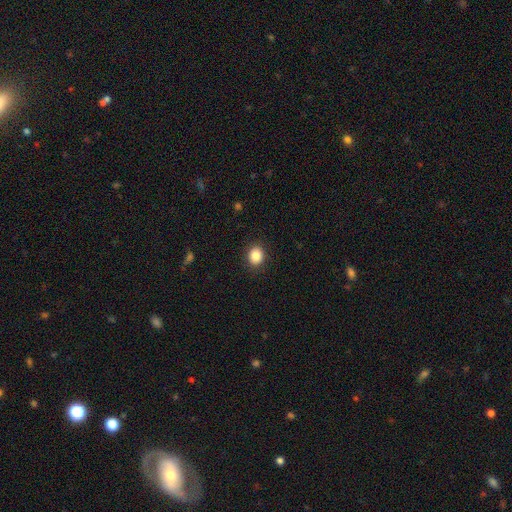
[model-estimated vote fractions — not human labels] smooth-or-featured: smooth: 86% | star or artifact: 10% | featured or disk: 4%
  how-rounded: round: 68% | in between: 31% | cigar-shaped: 1%
  merging: none: 90% | minor disturbance: 7% | major disturbance: 2% | merger: 1%